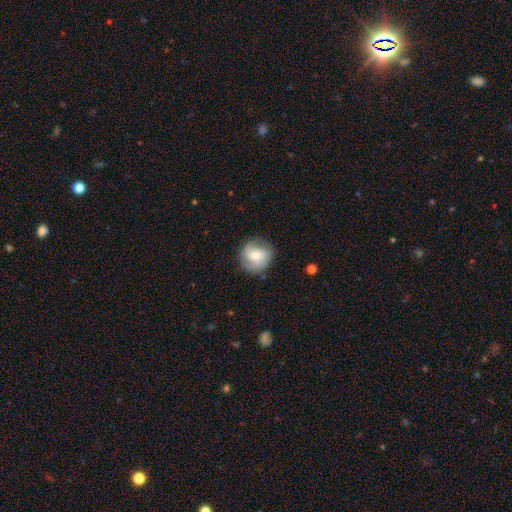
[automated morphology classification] Smooth or featured?
  - featured or disk: 60% *
  - smooth: 33%
  - star or artifact: 7%
Edge-on disk?
  - no: 97% *
  - yes: 3%
Bar?
  - no: 53% *
  - weak: 37%
  - strong: 10%
Spiral arms?
  - yes: 90% *
  - no: 10%
Spiral winding?
  - medium: 45% *
  - tight: 33%
  - loose: 22%
Spiral arm count?
  - 2: 55% *
  - 3: 18%
  - can't tell: 16%
  - 1: 5%
  - 4: 3%
  - more than 4: 2%
Bulge size?
  - moderate: 55% *
  - small: 38%
  - large: 4%
  - none: 2%
  - dominant: 1%
Merging?
  - none: 77% *
  - minor disturbance: 16%
  - major disturbance: 6%
  - merger: 1%